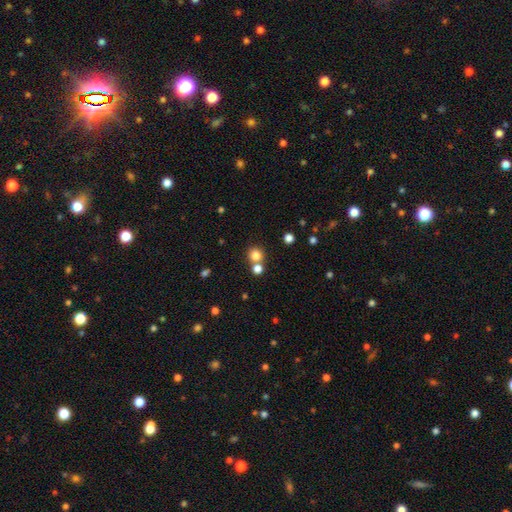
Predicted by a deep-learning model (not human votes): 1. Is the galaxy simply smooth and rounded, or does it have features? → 81% smooth, 13% star or artifact, 6% featured or disk.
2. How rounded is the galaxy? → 90% round, 9% in between, 1% cigar-shaped.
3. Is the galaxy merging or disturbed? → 65% none, 26% merger, 7% minor disturbance, 3% major disturbance.